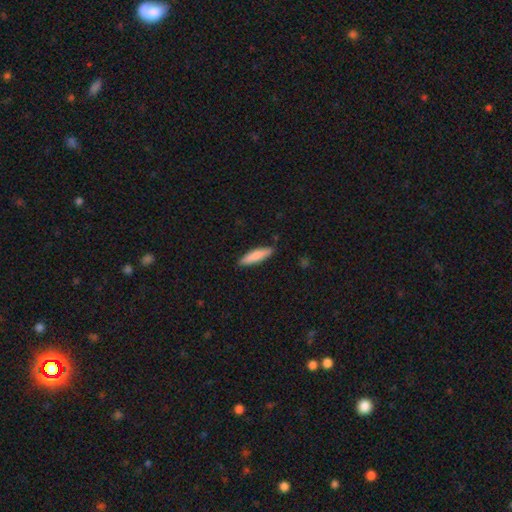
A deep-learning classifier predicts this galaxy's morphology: smooth-or-featured: smooth: 83% | featured or disk: 12% | star or artifact: 6%
  how-rounded: cigar-shaped: 71% | in between: 28% | round: 1%
  merging: none: 86% | minor disturbance: 11% | major disturbance: 2% | merger: 1%